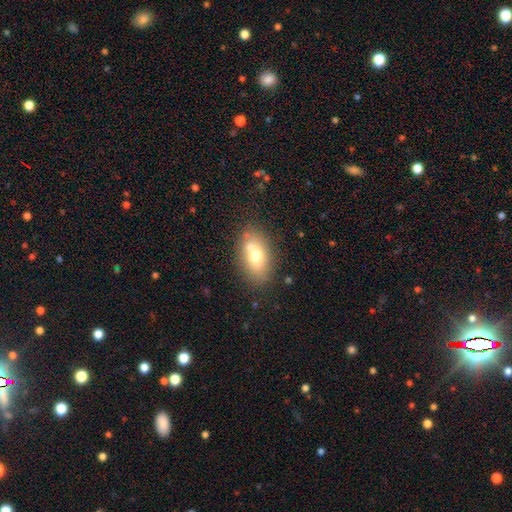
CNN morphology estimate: smooth_or_featured: smooth (p=0.66) [alt: featured or disk p=0.24]
how_rounded: in between (p=0.85) [alt: round p=0.11]
merging: none (p=0.65) [alt: merger p=0.15]